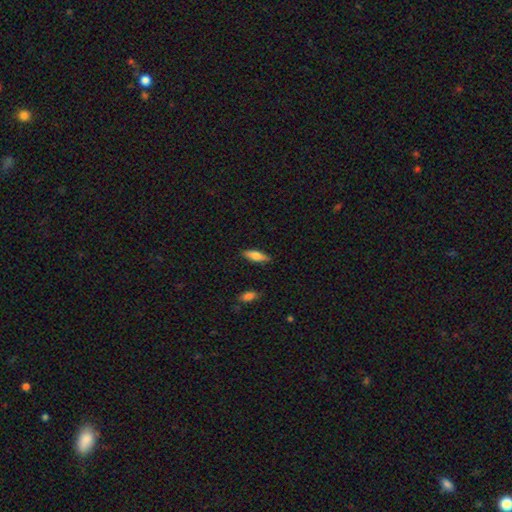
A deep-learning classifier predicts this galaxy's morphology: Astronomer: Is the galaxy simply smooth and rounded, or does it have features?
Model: smooth — 70%.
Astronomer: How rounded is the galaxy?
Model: in between — 52% (runner-up: cigar-shaped, 46%).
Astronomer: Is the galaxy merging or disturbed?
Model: none — 84%.